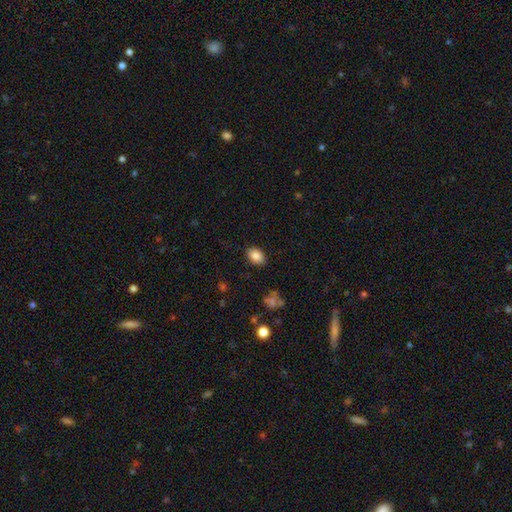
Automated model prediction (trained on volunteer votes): The model was most divided on "how rounded": in between: 81%, round: 18%, cigar-shaped: 1%. More confident: merging — none (87%); smooth or featured — smooth (85%).